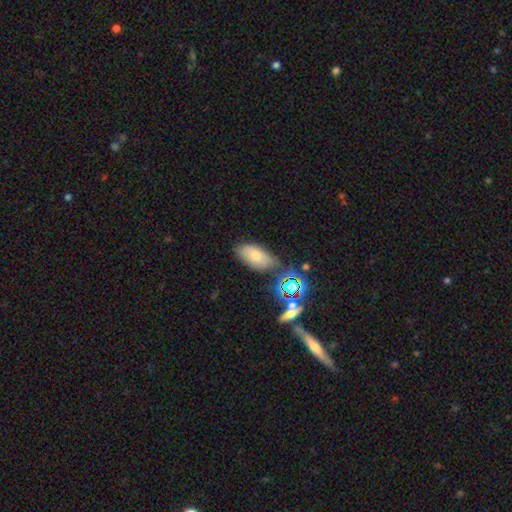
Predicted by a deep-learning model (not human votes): This appears to be a smooth galaxy with no disk features (61%) that is in between round and cigar-shaped (90%). Merging: none (70%).